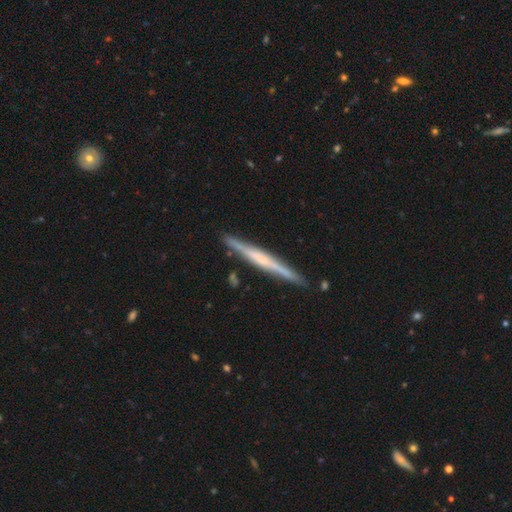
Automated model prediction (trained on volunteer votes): A featured or disk galaxy (65%) viewed edge-on (97%) with no central bulge (55%). Merging: none (89%).